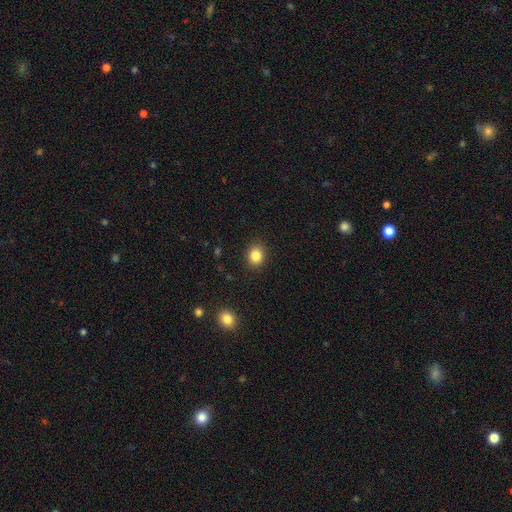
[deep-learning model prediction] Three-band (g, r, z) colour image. It shows a smooth galaxy with no disk features (85%) that is round (65%). Merging: none (88%).